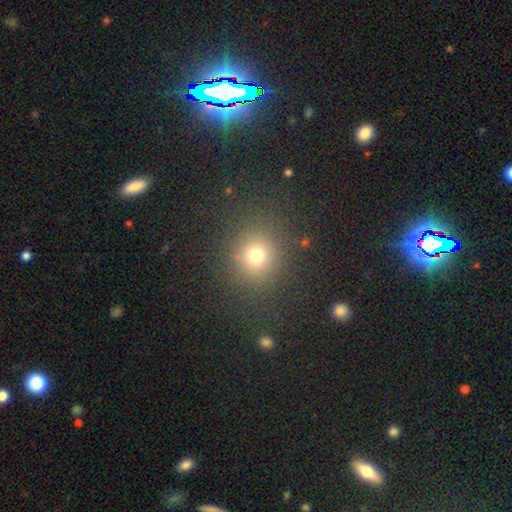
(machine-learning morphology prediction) A smooth galaxy with no disk features (72%) that is round (84%).

Vote fractions:
- Smooth or featured? smooth: 72% / star or artifact: 20% / featured or disk: 8%
- How rounded? round: 84% / in between: 15% / cigar-shaped: 1%
- Merging? none: 84% / minor disturbance: 8% / major disturbance: 5% / merger: 2%